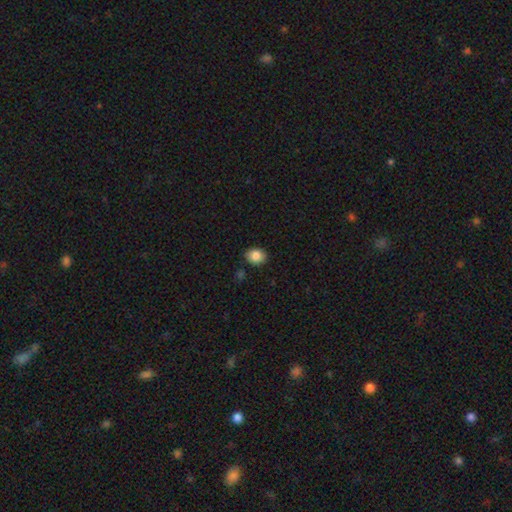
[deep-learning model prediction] Overall: smooth (86%). How rounded: in between (57%; round 42%). Merging: none (88%).